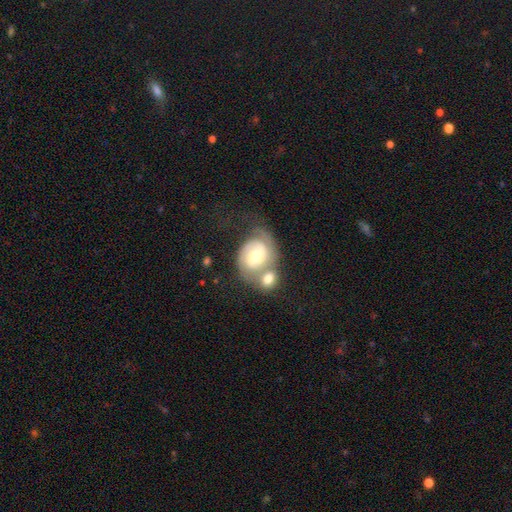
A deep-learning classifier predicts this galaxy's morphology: type=featured or disk (77%); edge-on=no (97%); bar=no (52%); spiral arms=yes (93%); winding=tight (48%); arm count=2 (68%); bulge=moderate (65%); merging=merger (50%).